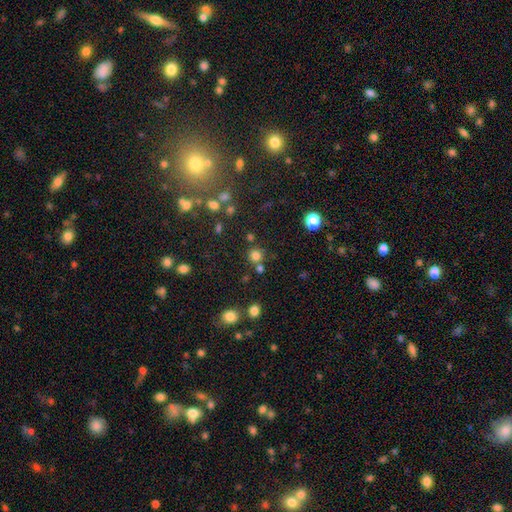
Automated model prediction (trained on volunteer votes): Smooth or featured? Predicted: smooth (p=0.76). How rounded? Predicted: round (p=0.91). Merging? Predicted: none (p=0.74).